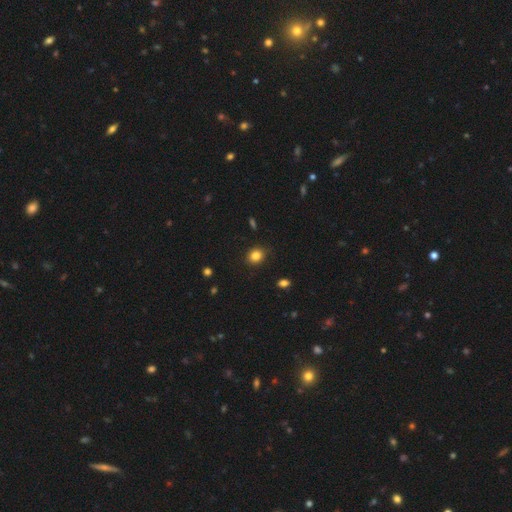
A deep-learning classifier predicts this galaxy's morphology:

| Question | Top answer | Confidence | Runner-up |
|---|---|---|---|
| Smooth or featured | smooth | 84% | star or artifact (11%) |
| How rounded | round | 63% | in between (36%) |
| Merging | none | 88% | minor disturbance (9%) |